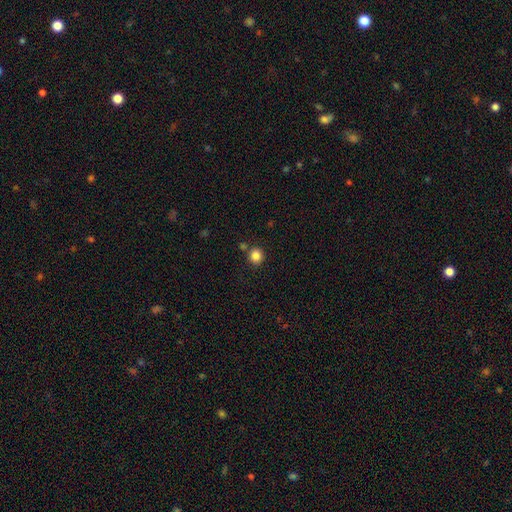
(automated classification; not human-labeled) Smooth or featured? Predicted: smooth (p=0.85). How rounded? Predicted: round (p=0.91). Merging? Predicted: none (p=0.82).